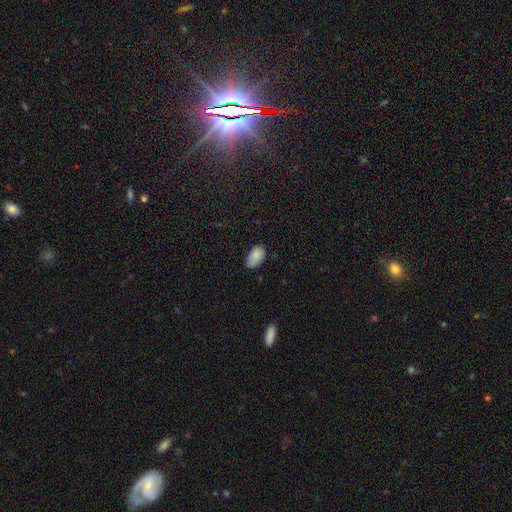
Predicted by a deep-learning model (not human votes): Overall: smooth (86%). How rounded: in between (94%). Merging: none (61%; minor disturbance 32%).